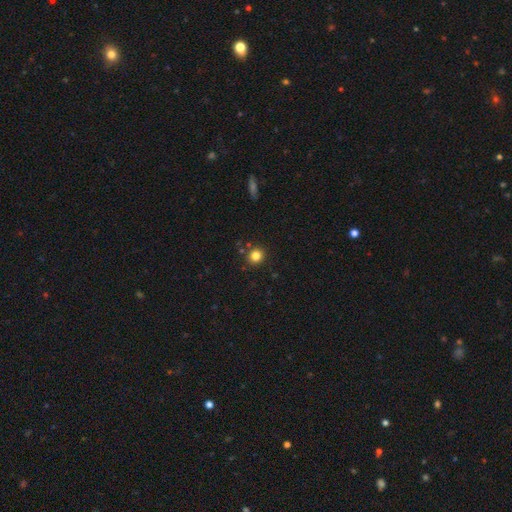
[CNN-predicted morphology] A smooth galaxy with no disk features (82%) that is round (91%).

Vote fractions:
- Smooth or featured? smooth: 82% / star or artifact: 13% / featured or disk: 5%
- How rounded? round: 91% / in between: 8% / cigar-shaped: 1%
- Merging? none: 87% / minor disturbance: 7% / merger: 4% / major disturbance: 2%